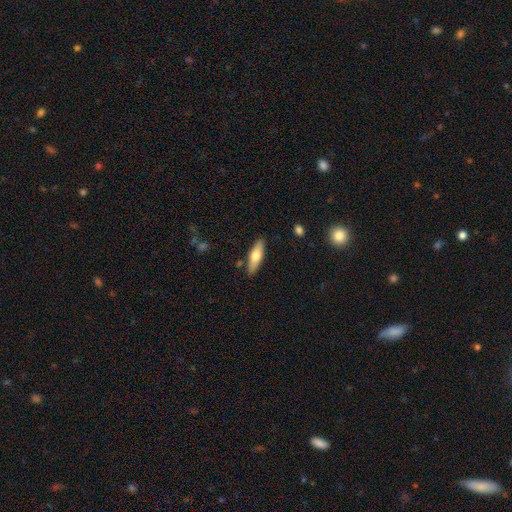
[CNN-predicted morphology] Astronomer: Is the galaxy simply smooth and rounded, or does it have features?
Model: smooth — 63%.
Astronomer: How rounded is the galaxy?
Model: cigar-shaped — 50% (runner-up: in between, 48%).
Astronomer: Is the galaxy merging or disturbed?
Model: none — 85%.